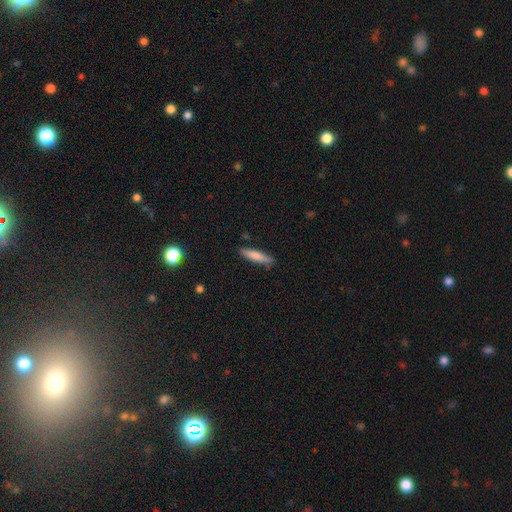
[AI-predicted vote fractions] The model was most divided on "smooth or featured": smooth: 76%, featured or disk: 17%, star or artifact: 6%. More confident: merging — none (83%); how rounded — cigar-shaped (83%).